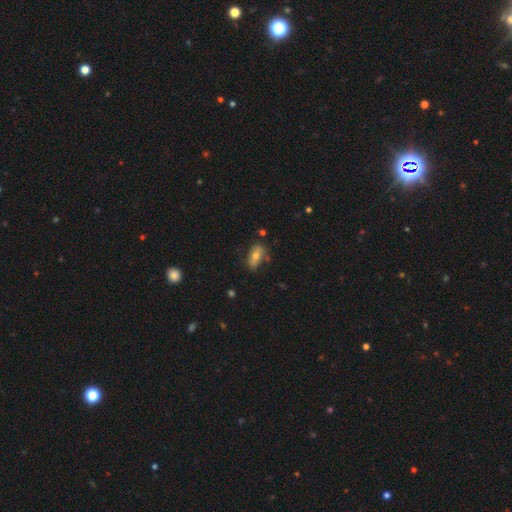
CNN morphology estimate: Q: Smooth or featured?
A: smooth (58%); runner-up: featured or disk (32%)
Q: How rounded?
A: in between (84%); runner-up: round (8%)
Q: Merging?
A: none (67%); runner-up: minor disturbance (23%)